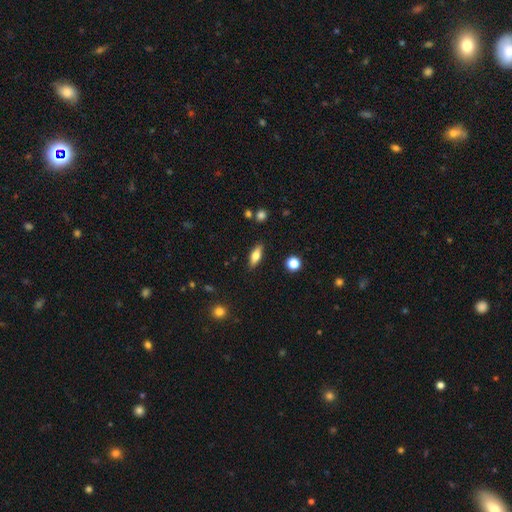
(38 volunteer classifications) This is likely a smooth galaxy (68%). How rounded: possibly in between (58%). Merging: clearly none (86%).